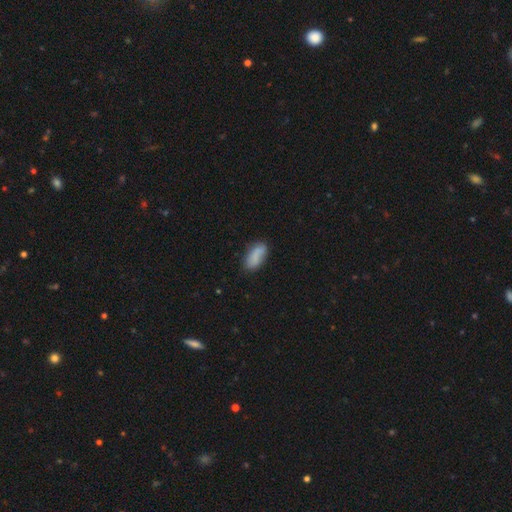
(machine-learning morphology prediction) This appears to be a smooth galaxy with no disk features (79%) that is in between round and cigar-shaped (91%). Merging: none (69%).